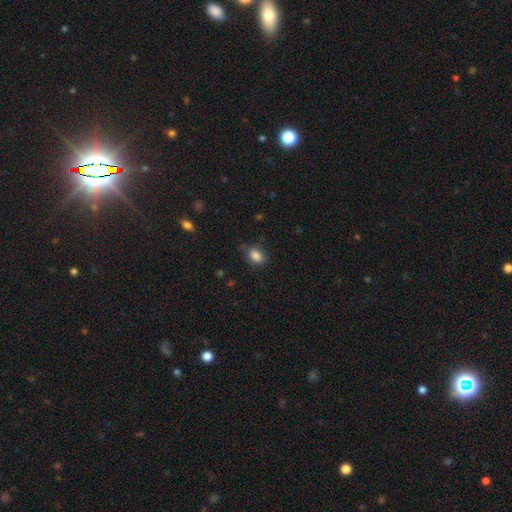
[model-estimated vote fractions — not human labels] Overall: smooth (85%). How rounded: in between (82%). Merging: none (75%).